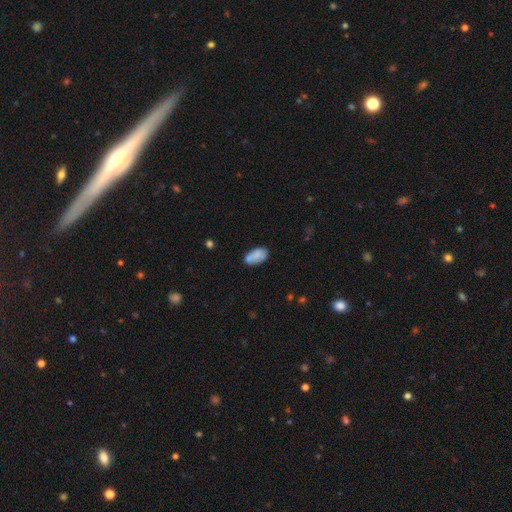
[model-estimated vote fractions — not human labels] This is clearly a smooth galaxy (81%). How rounded: clearly in between (93%). Merging: likely none (65%).